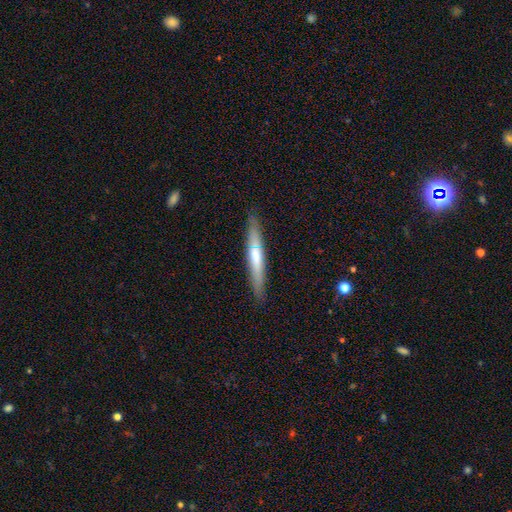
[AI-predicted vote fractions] This appears to be a smooth galaxy with no disk features (49%). Merging: none (89%).